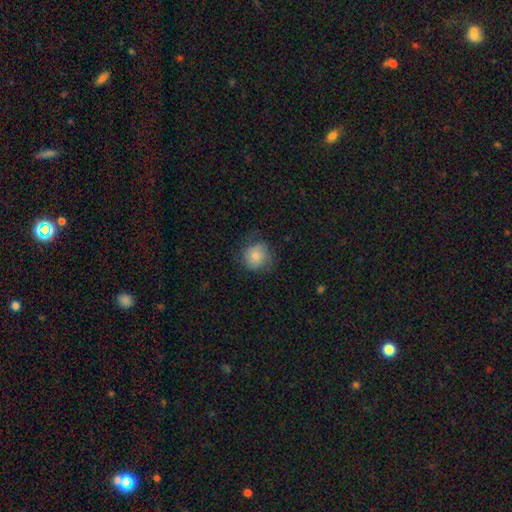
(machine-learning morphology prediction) Q: Smooth or featured?
A: smooth (79%); runner-up: featured or disk (12%)
Q: How rounded?
A: round (88%); runner-up: in between (11%)
Q: Merging?
A: none (68%); runner-up: minor disturbance (22%)